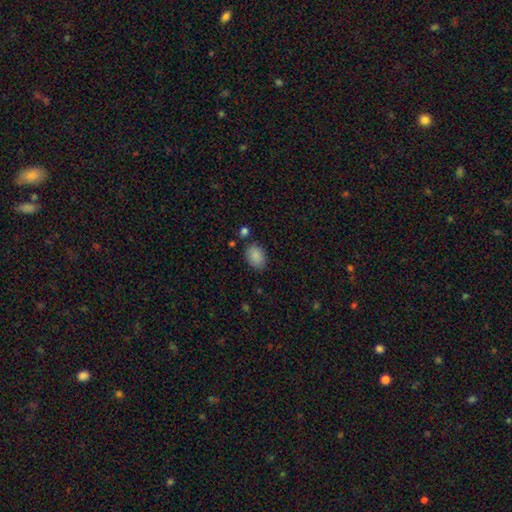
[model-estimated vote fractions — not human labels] Smooth or featured? smooth (88%)
How rounded? in between (79%)
Merging? none (79%)